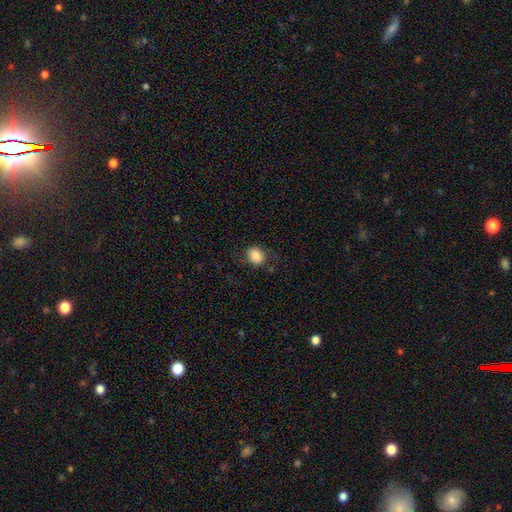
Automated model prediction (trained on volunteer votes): Smooth or featured? Predicted: smooth (p=0.85). How rounded? Predicted: round (p=0.72). Merging? Predicted: none (p=0.83).